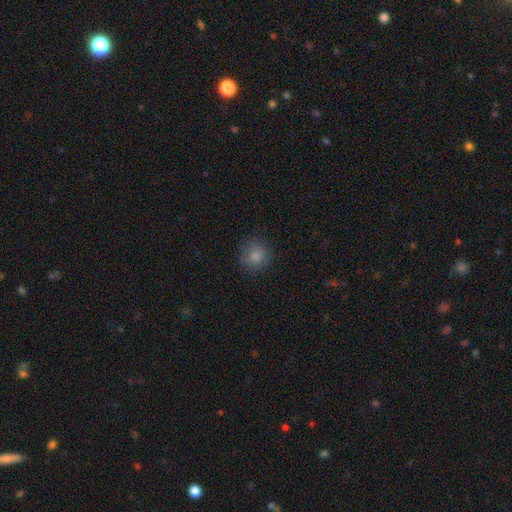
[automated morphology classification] smooth-or-featured: smooth: 84% | star or artifact: 11% | featured or disk: 6%
  how-rounded: round: 90% | in between: 9% | cigar-shaped: 1%
  merging: none: 82% | minor disturbance: 13% | major disturbance: 4% | merger: 1%